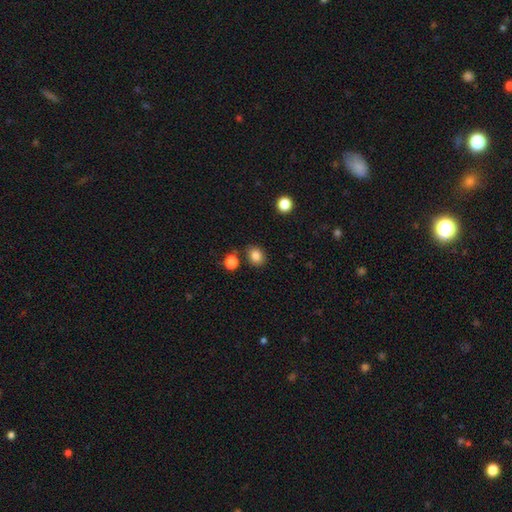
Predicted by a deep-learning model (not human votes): Smooth or featured? Predicted: smooth (p=0.84). How rounded? Predicted: round (p=0.59). Merging? Predicted: none (p=0.80).